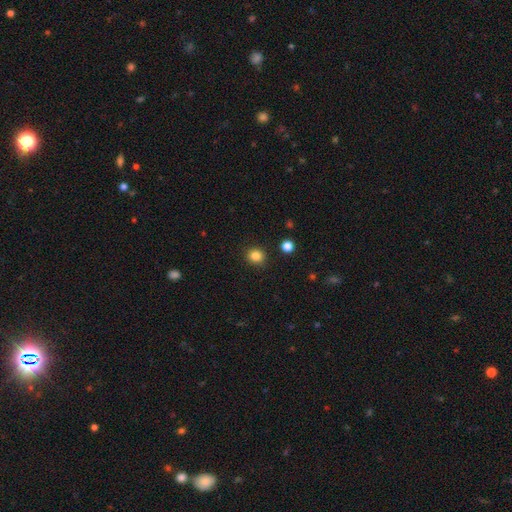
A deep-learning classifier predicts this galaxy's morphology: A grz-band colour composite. It shows a smooth galaxy with no disk features (84%) that is round (84%). Merging: none (90%).